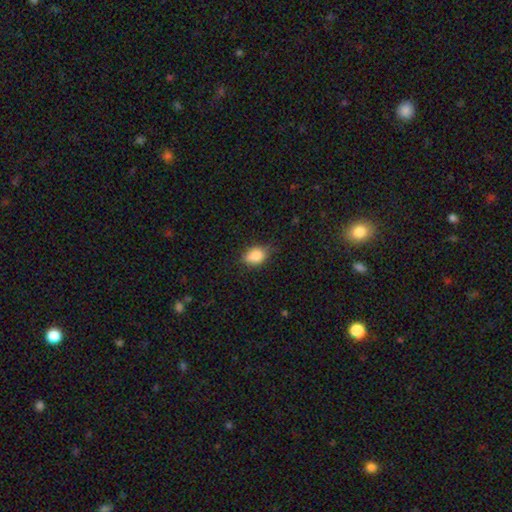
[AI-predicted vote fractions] smooth 84%, star or artifact 9%, featured or disk 7%. Down the decision tree: how rounded — in between (74%); merging — none (69%).